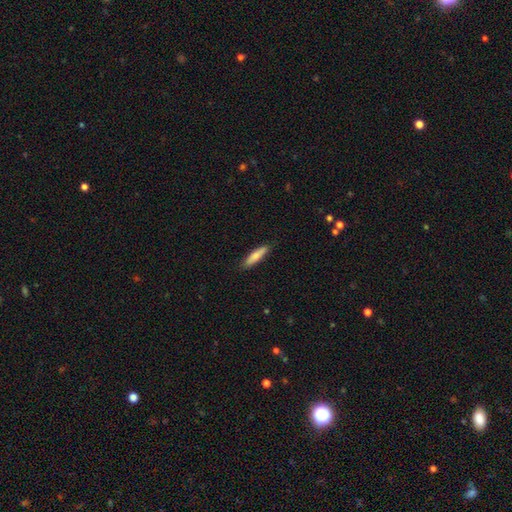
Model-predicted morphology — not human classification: smooth 76%, featured or disk 18%, star or artifact 6%. Down the decision tree: how rounded — cigar-shaped (73%); merging — none (87%).